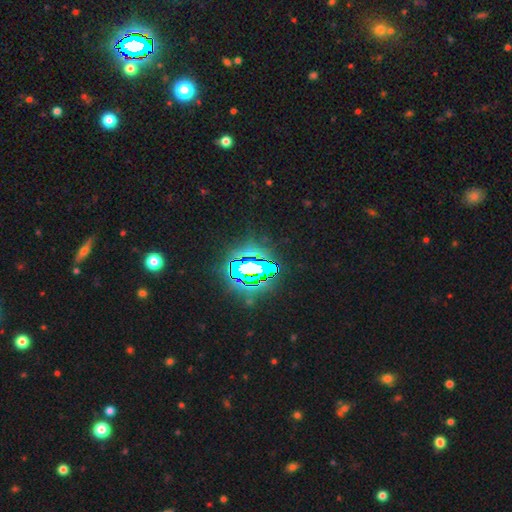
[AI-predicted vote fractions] star or artifact 78%, smooth 11%, featured or disk 11%.